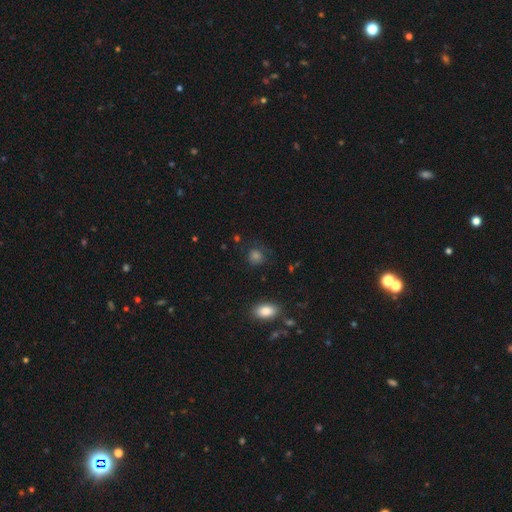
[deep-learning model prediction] Overall: smooth (73%). How rounded: round (79%). Merging: none (77%).